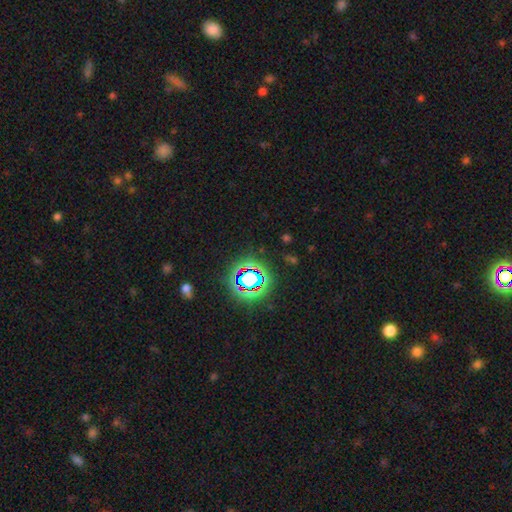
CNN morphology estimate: A star or artifact, not a galaxy (77%).

Vote fractions:
- Smooth or featured? star or artifact: 77% / smooth: 15% / featured or disk: 8%